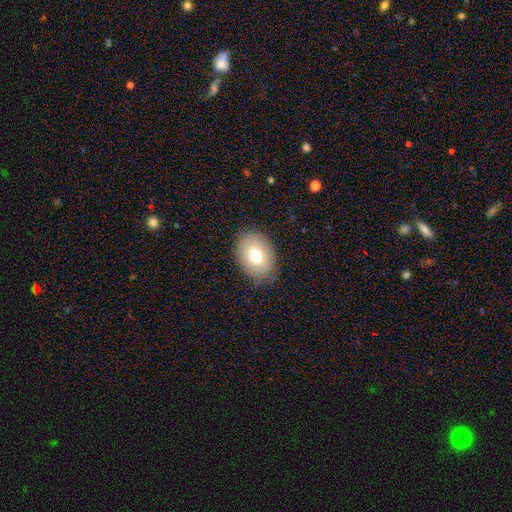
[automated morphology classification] type=smooth (73%); roundness=in between (76%); merging=none (83%).